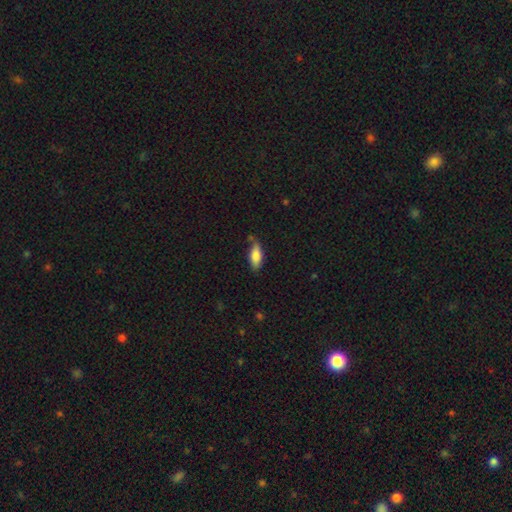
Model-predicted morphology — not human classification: smooth-or-featured: smooth: 81% | featured or disk: 13% | star or artifact: 7%
  how-rounded: in between: 78% | cigar-shaped: 20% | round: 2%
  merging: none: 65% | minor disturbance: 26% | major disturbance: 5% | merger: 4%